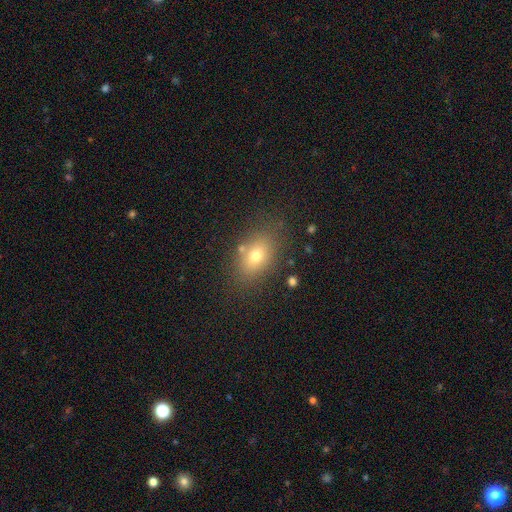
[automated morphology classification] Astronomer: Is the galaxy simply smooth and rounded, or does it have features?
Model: smooth — 71%.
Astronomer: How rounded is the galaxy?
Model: in between — 77%.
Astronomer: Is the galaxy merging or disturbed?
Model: none — 77%.